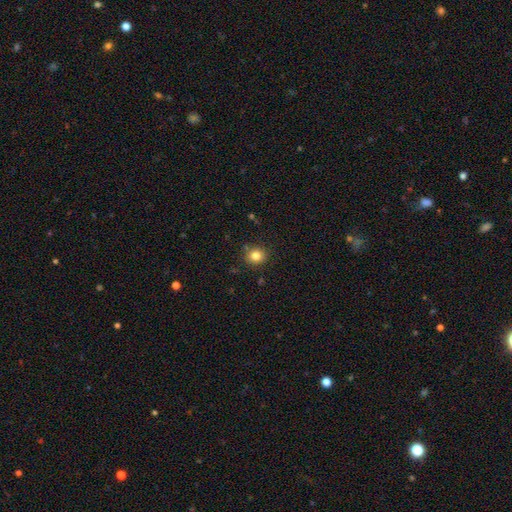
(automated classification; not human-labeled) smooth 81%, star or artifact 12%, featured or disk 6%. Down the decision tree: how rounded — round (86%); merging — none (87%).